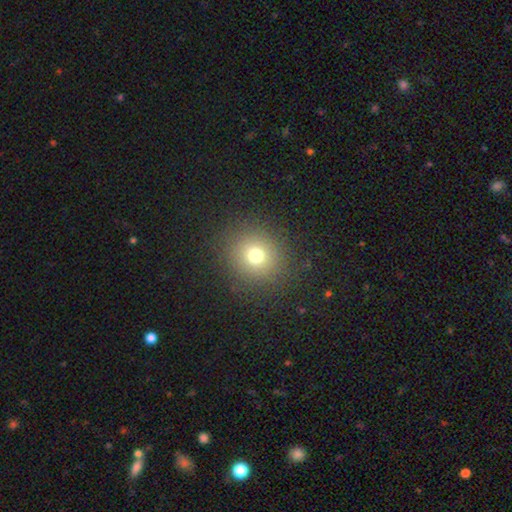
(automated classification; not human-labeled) A smooth galaxy with no disk features (72%) that is round (87%).

Vote fractions:
- Smooth or featured? smooth: 72% / star or artifact: 18% / featured or disk: 10%
- How rounded? round: 87% / in between: 12% / cigar-shaped: 1%
- Merging? none: 87% / minor disturbance: 7% / major disturbance: 4% / merger: 1%